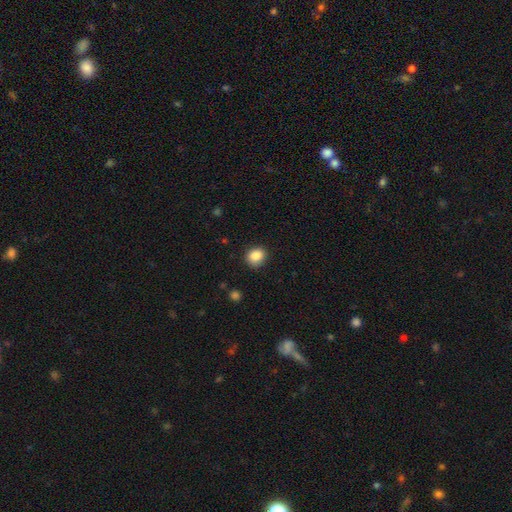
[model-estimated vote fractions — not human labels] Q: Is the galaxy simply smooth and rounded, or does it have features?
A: smooth — 87%.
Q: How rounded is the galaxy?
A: round — 67%.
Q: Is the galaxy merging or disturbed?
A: none — 87%.